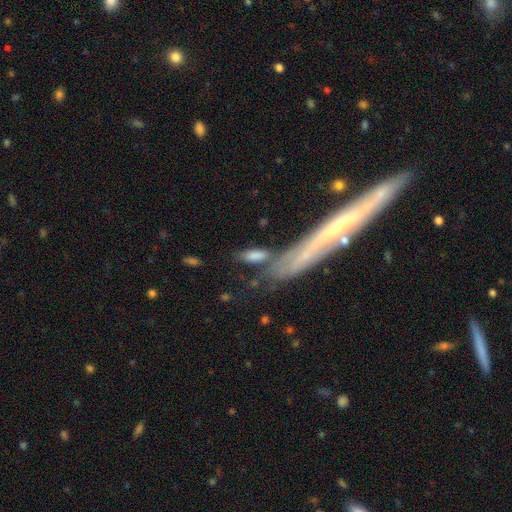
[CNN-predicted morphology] type=smooth (76%); roundness=in between (61%); merging=none (49%).